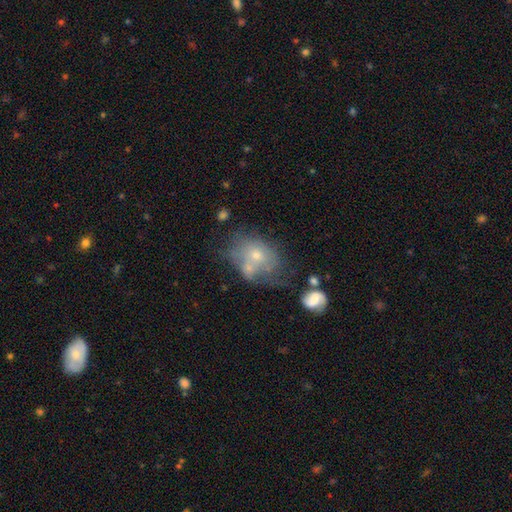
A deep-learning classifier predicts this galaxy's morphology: This is possibly a smooth galaxy (48%). Merging: marginally merger (33%).